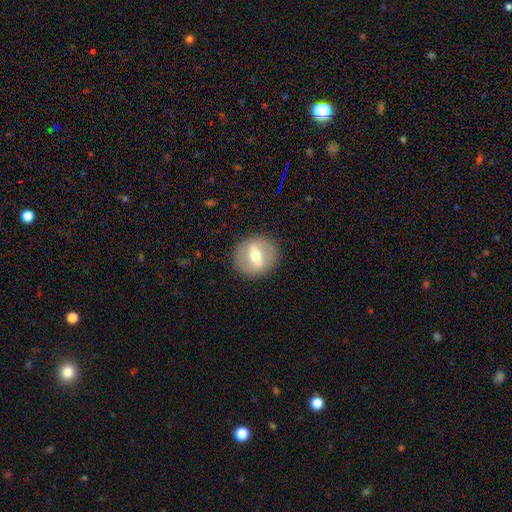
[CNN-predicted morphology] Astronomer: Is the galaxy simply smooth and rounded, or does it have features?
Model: featured or disk — 52% (runner-up: smooth, 41%).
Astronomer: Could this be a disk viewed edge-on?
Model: no — 85%.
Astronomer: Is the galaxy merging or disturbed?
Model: none — 88%.